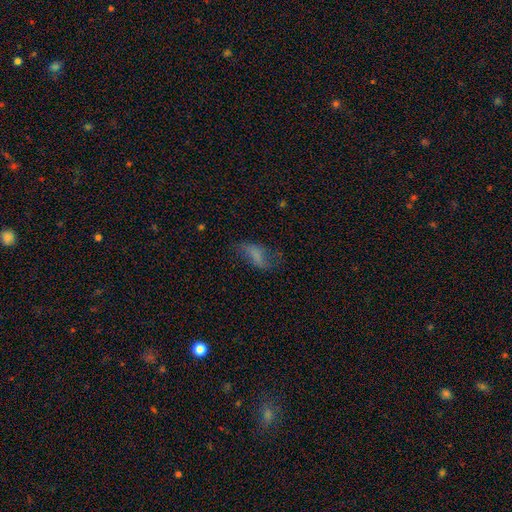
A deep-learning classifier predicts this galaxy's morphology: smooth_or_featured: smooth (p=0.54) [alt: featured or disk p=0.33]
how_rounded: in between (p=0.80) [alt: cigar-shaped p=0.15]
merging: none (p=0.47) [alt: minor disturbance p=0.26]